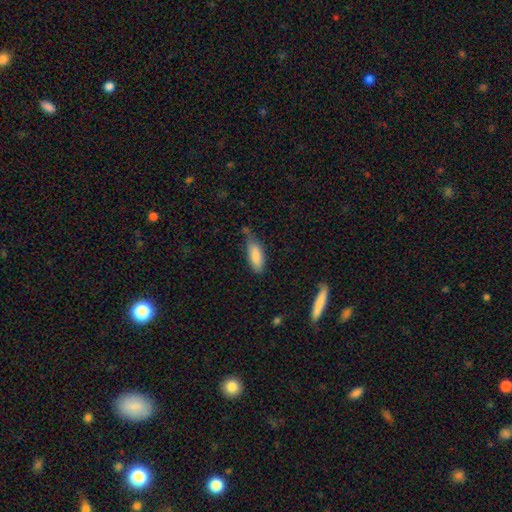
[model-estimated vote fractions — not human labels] Morphology: type=smooth (85%); roundness=in between (73%); merging=none (57%).